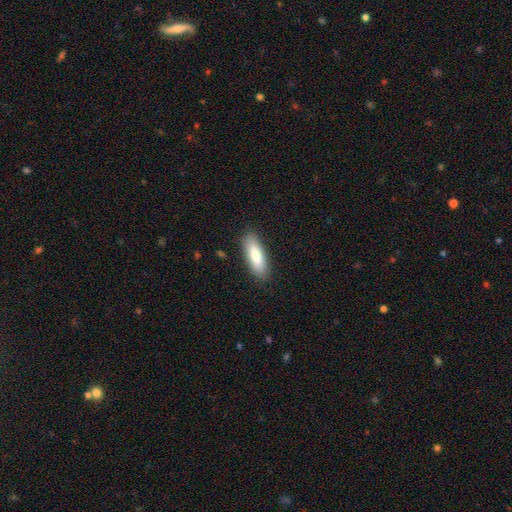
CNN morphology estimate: Q: Smooth or featured?
A: smooth (82%); runner-up: featured or disk (13%)
Q: How rounded?
A: in between (57%); runner-up: cigar-shaped (41%)
Q: Merging?
A: none (87%); runner-up: minor disturbance (9%)